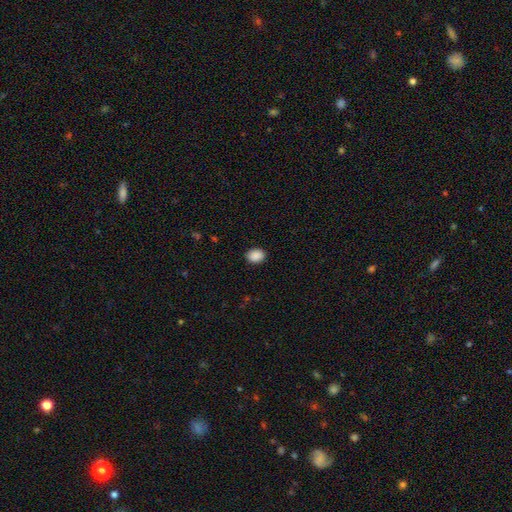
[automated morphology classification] A smooth galaxy with no disk features (90%) that is in between round and cigar-shaped (68%).

Vote fractions:
- Smooth or featured? smooth: 90% / star or artifact: 8% / featured or disk: 2%
- How rounded? in between: 68% / round: 31% / cigar-shaped: 1%
- Merging? none: 89% / minor disturbance: 8% / major disturbance: 2% / merger: 1%